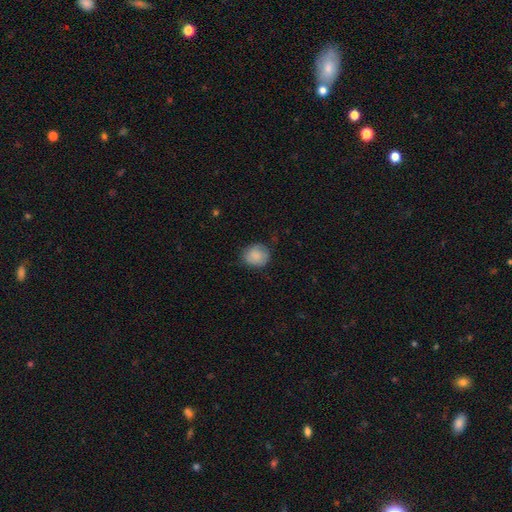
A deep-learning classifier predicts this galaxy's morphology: This appears to be a smooth galaxy with no disk features (87%) that is round (78%). Merging: none (77%).